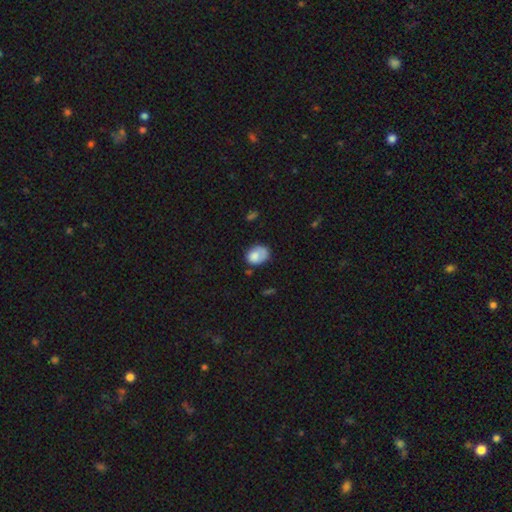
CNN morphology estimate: Smooth or featured?
  - smooth: 73% *
  - featured or disk: 19%
  - star or artifact: 7%
How rounded?
  - in between: 62% *
  - round: 37%
  - cigar-shaped: 1%
Merging?
  - none: 50% *
  - minor disturbance: 29%
  - major disturbance: 16%
  - merger: 5%